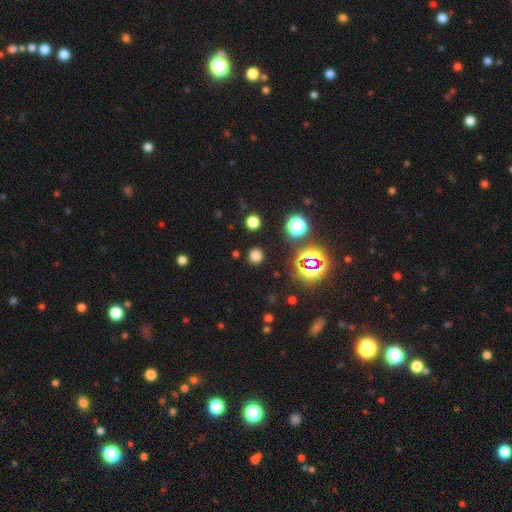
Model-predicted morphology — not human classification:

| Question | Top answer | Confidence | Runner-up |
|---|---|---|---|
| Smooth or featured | smooth | 71% | star or artifact (24%) |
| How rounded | round | 91% | in between (8%) |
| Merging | none | 89% | minor disturbance (6%) |